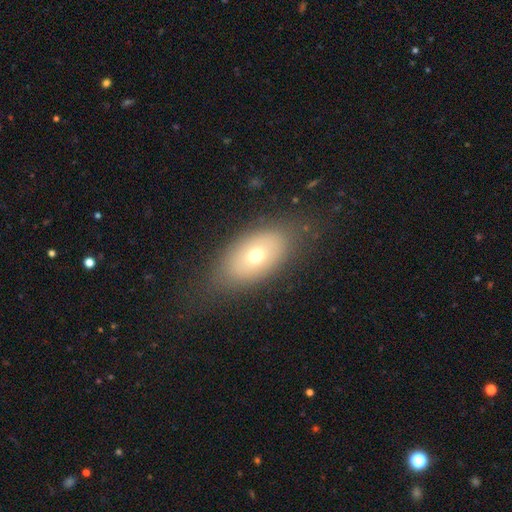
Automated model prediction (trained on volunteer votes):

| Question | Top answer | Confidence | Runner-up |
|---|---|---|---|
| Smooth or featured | smooth | 63% | featured or disk (27%) |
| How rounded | in between | 88% | round (9%) |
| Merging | none | 75% | minor disturbance (16%) |